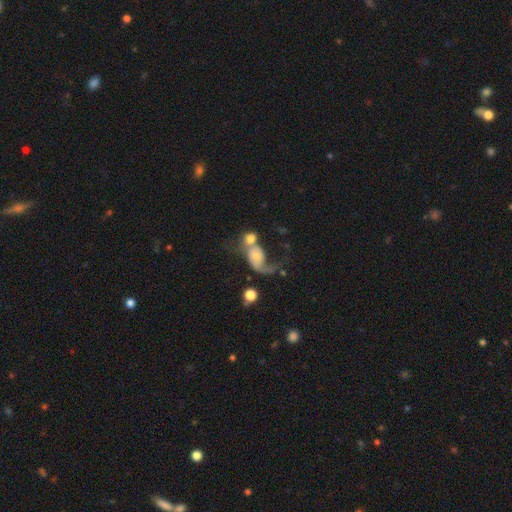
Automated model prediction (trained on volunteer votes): smooth_or_featured: featured or disk (p=0.51) [alt: smooth p=0.40]
disk_edge_on: no (p=0.96) [alt: yes p=0.04]
merging: merger (p=0.55) [alt: major disturbance p=0.23]